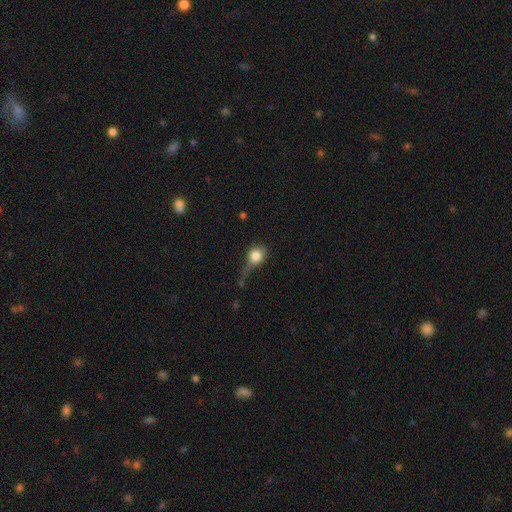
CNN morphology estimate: Overall: smooth (76%). How rounded: round (74%). Merging: major disturbance (38%; minor disturbance 27%).